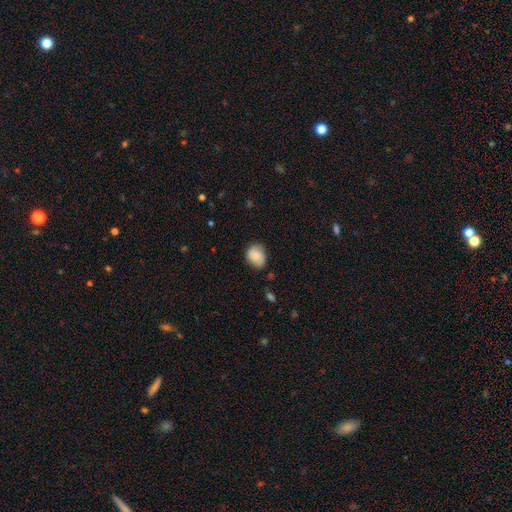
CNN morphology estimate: Smooth or featured: smooth — 79% (featured or disk — 13%)
How rounded: in between — 54% (round — 45%)
Merging: none — 69% (minor disturbance — 25%)